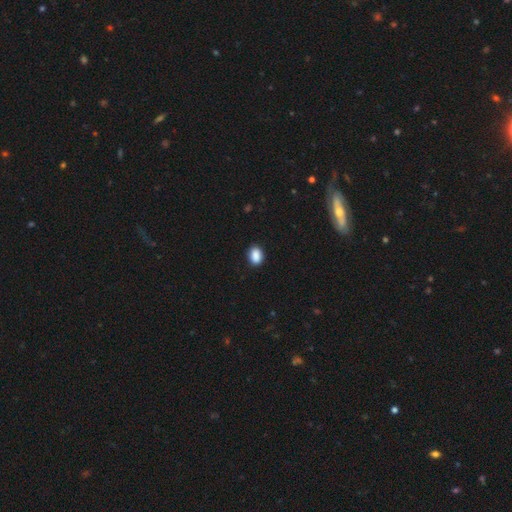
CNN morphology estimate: This appears to be a smooth galaxy with no disk features (89%) that is in between round and cigar-shaped (75%). Merging: none (88%).